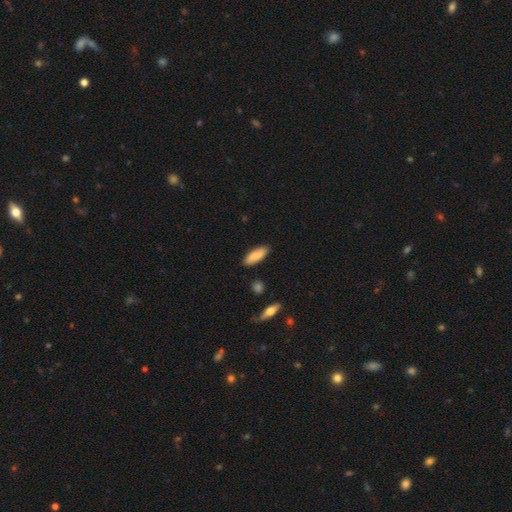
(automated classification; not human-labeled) smooth 82%, featured or disk 12%, star or artifact 6%. Down the decision tree: how rounded — in between (69%); merging — none (86%).